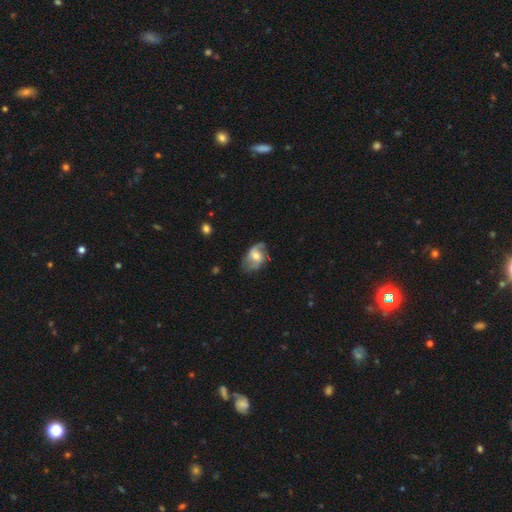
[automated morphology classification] Smooth or featured?
  - featured or disk: 64% *
  - smooth: 29%
  - star or artifact: 7%
Edge-on disk?
  - no: 96% *
  - yes: 4%
Bar?
  - no: 48% *
  - weak: 40%
  - strong: 12%
Spiral arms?
  - yes: 82% *
  - no: 18%
Spiral winding?
  - loose: 46% *
  - medium: 39%
  - tight: 15%
Spiral arm count?
  - 2: 72% *
  - can't tell: 13%
  - 1: 9%
  - 3: 4%
  - 4: 1%
  - more than 4: 1%
Bulge size?
  - moderate: 60% *
  - small: 30%
  - large: 7%
  - none: 2%
  - dominant: 1%
Merging?
  - none: 54% *
  - minor disturbance: 28%
  - major disturbance: 16%
  - merger: 2%